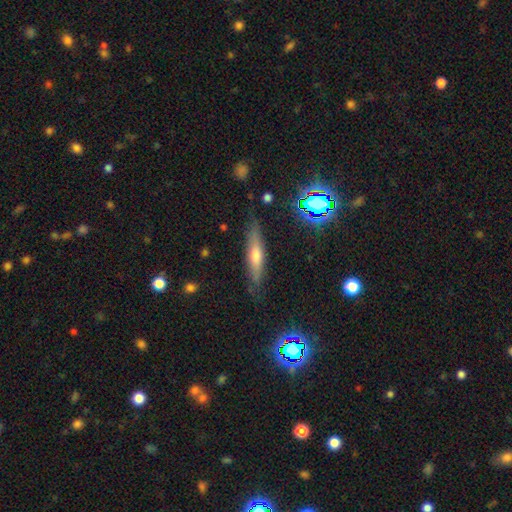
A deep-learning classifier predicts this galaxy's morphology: Smooth or featured: featured or disk — 48% (smooth — 42%)
Merging: none — 81% (minor disturbance — 14%)